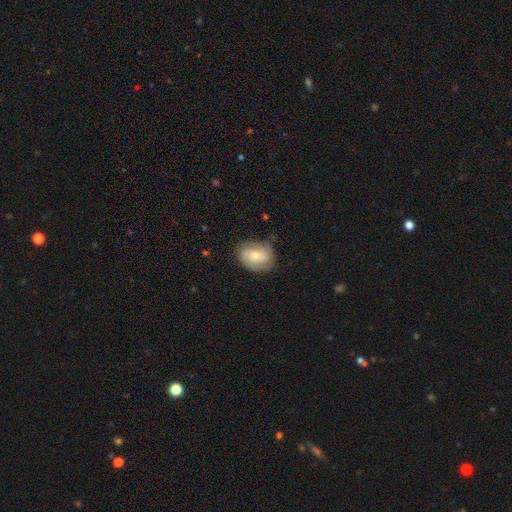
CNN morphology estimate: A featured or disk galaxy (53%) with no bar (71%), spiral arms (84%) and a small central bulge (48%).

Vote fractions:
- Smooth or featured? featured or disk: 53% / smooth: 40% / star or artifact: 7%
- Edge-on disk? no: 96% / yes: 4%
- Bar? no: 71% / weak: 24% / strong: 5%
- Spiral arms? yes: 84% / no: 16%
- Bulge size? small: 48% / moderate: 47% / large: 2% / none: 2% / dominant: 1%
- Merging? none: 70% / minor disturbance: 22% / major disturbance: 7% / merger: 1%